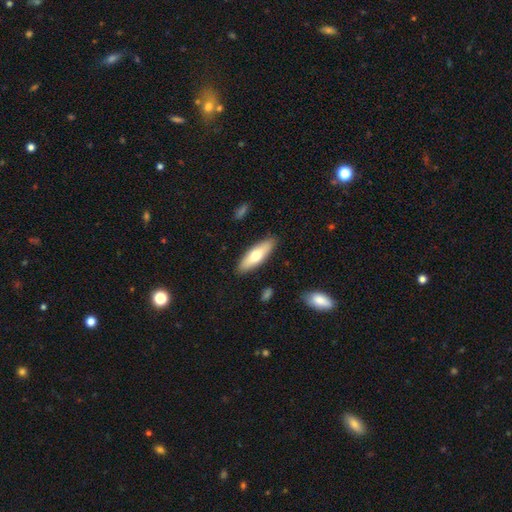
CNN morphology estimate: This is likely a smooth galaxy (66%). How rounded: possibly cigar-shaped (49%, tied with in between). Merging: clearly none (88%).